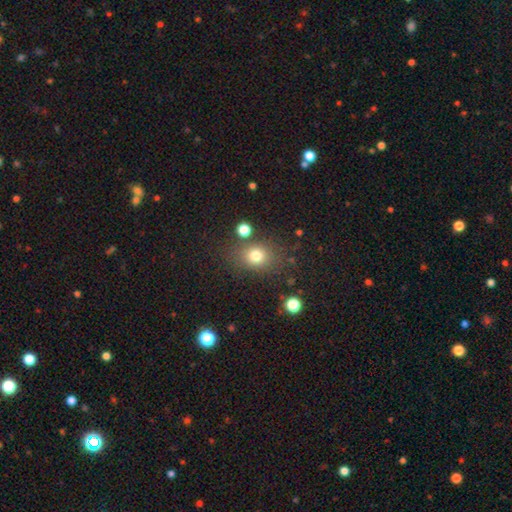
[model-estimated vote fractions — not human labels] This appears to be a smooth galaxy with no disk features (76%) that is round (61%). Merging: none (76%).